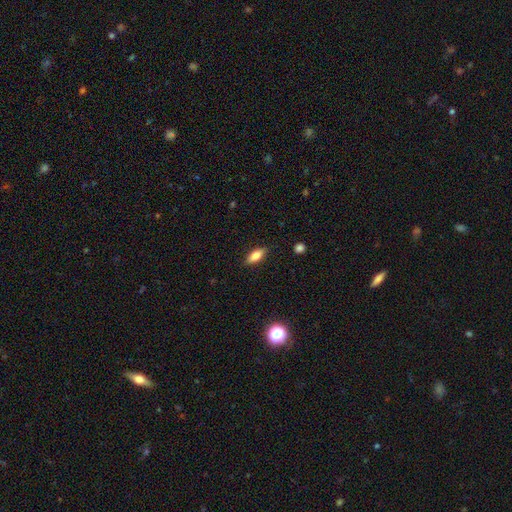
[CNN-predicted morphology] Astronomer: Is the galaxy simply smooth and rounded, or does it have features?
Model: smooth — 73%.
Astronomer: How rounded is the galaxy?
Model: in between — 75%.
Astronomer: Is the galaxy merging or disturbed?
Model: none — 86%.